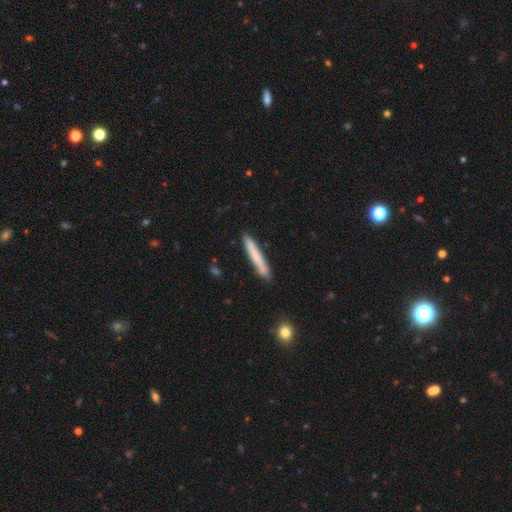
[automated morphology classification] Overall: smooth (72%). How rounded: cigar-shaped (96%). Merging: none (88%).